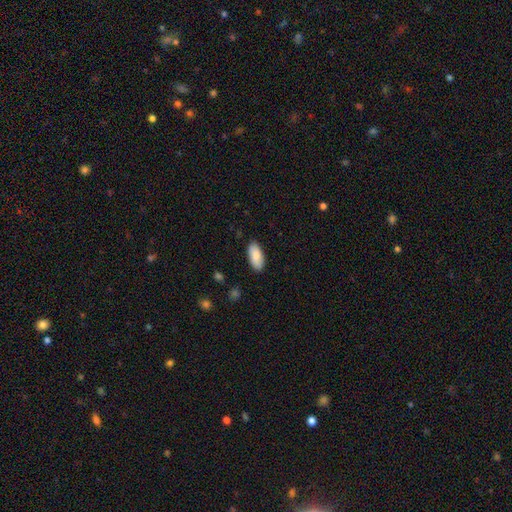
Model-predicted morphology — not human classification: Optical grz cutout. It shows a smooth galaxy with no disk features (87%) that is in between round and cigar-shaped (89%). Merging: none (87%).